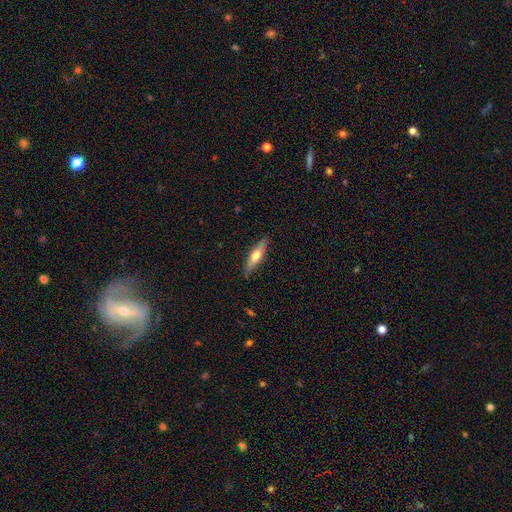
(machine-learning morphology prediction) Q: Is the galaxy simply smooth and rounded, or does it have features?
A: smooth — 55%.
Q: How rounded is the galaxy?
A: cigar-shaped — 66%.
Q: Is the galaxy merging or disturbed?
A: none — 84%.